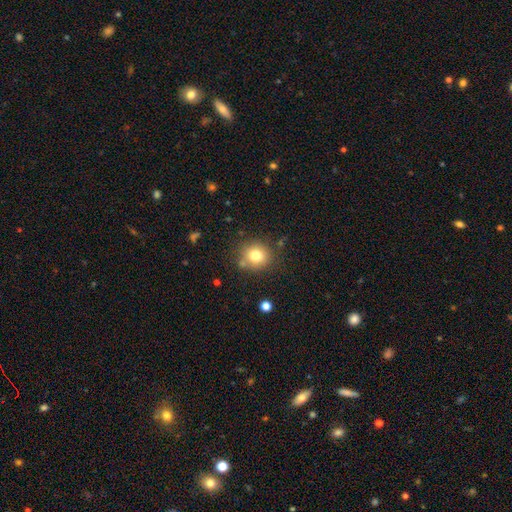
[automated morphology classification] smooth 77%, star or artifact 12%, featured or disk 11%. Down the decision tree: how rounded — round (88%); merging — none (78%).